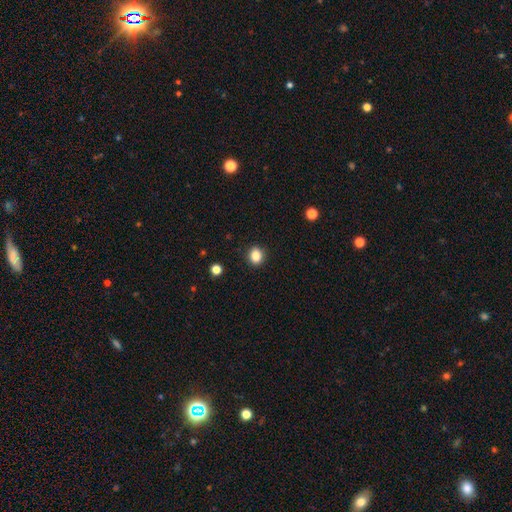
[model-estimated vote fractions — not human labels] Smooth or featured? smooth (85%)
How rounded? round (66%)
Merging? none (90%)